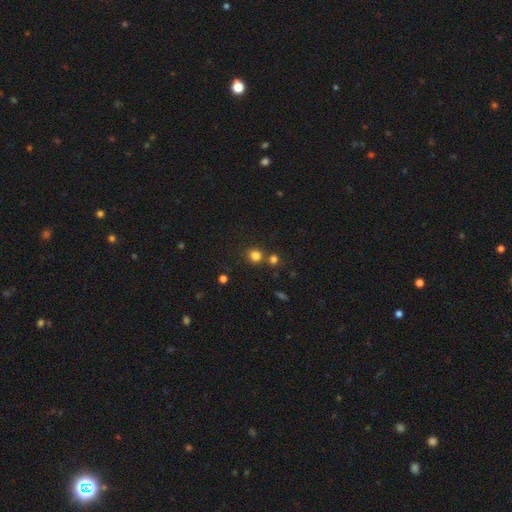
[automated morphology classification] This is clearly a smooth galaxy (80%). How rounded: clearly round (86%). Merging: likely none (71%).